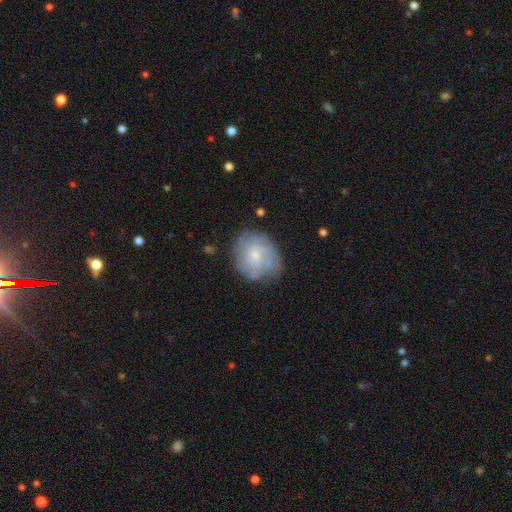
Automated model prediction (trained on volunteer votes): This is possibly a featured or disk galaxy (57%). It is clearly not viewed edge-on (97%). Bar: likely no (77%). Spiral arm pattern: likely yes (75%). Central bulge: likely small (67%). Merging: likely none (71%).